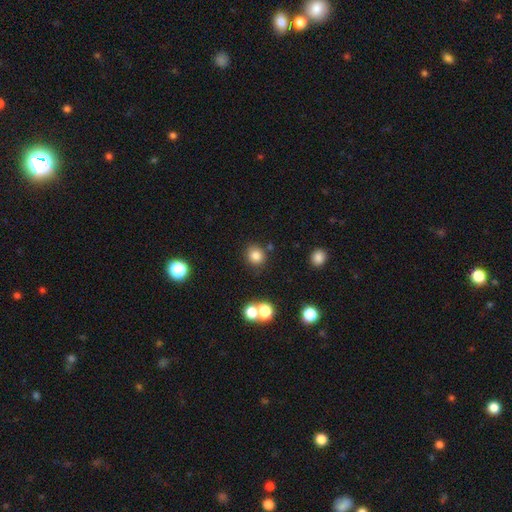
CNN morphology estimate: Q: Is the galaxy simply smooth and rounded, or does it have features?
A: smooth — 81%.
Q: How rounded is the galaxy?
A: round — 88%.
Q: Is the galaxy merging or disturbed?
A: none — 82%.